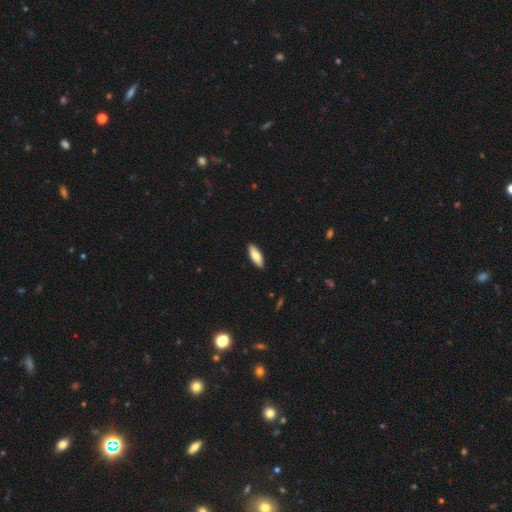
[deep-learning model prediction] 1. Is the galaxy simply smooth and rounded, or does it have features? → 81% smooth, 14% featured or disk, 5% star or artifact.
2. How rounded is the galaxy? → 68% in between, 30% cigar-shaped, 2% round.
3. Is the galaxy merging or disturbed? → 90% none, 8% minor disturbance, 1% major disturbance, 1% merger.